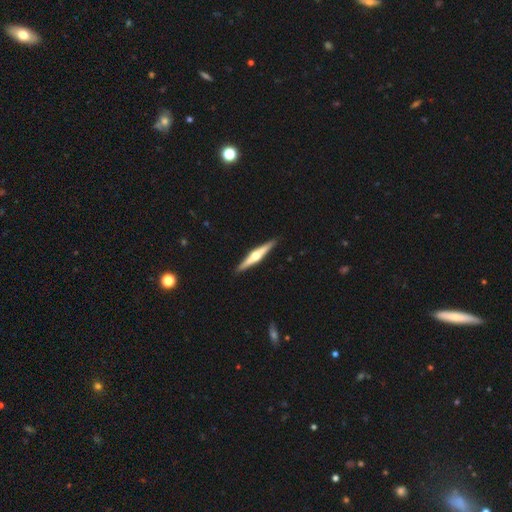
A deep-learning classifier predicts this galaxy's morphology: Smooth or featured?
  - featured or disk: 73% *
  - smooth: 23%
  - star or artifact: 5%
Edge-on disk?
  - yes: 98% *
  - no: 2%
Edge-on bulge?
  - rounded: 94% *
  - boxy: 4%
  - none: 3%
Merging?
  - none: 92% *
  - minor disturbance: 6%
  - major disturbance: 1%
  - merger: 1%